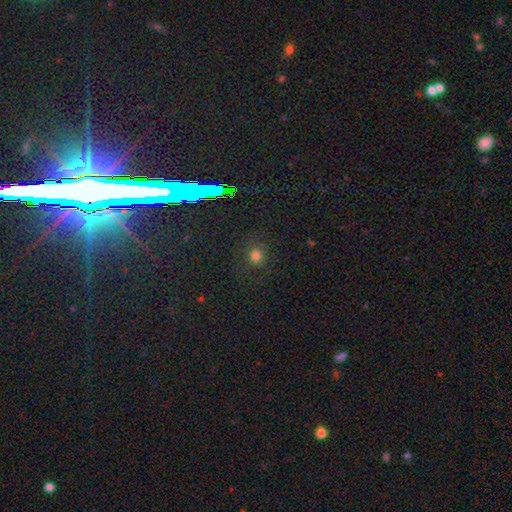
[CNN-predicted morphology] This appears to be a smooth galaxy with no disk features (73%) that is round (83%). Merging: none (82%).